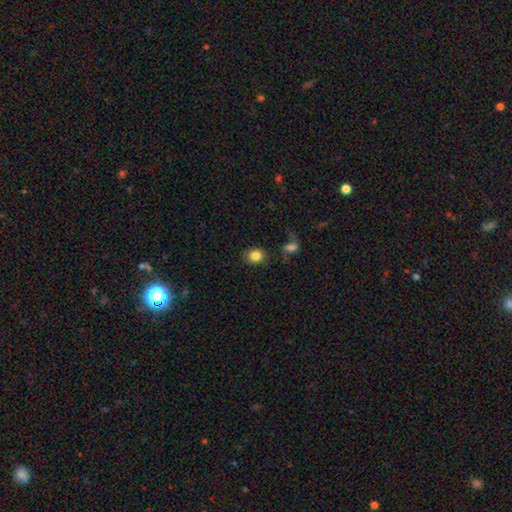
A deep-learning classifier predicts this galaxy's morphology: smooth-or-featured: smooth: 84% | star or artifact: 9% | featured or disk: 7%
  how-rounded: round: 58% | in between: 41% | cigar-shaped: 1%
  merging: none: 80% | minor disturbance: 11% | merger: 5% | major disturbance: 5%